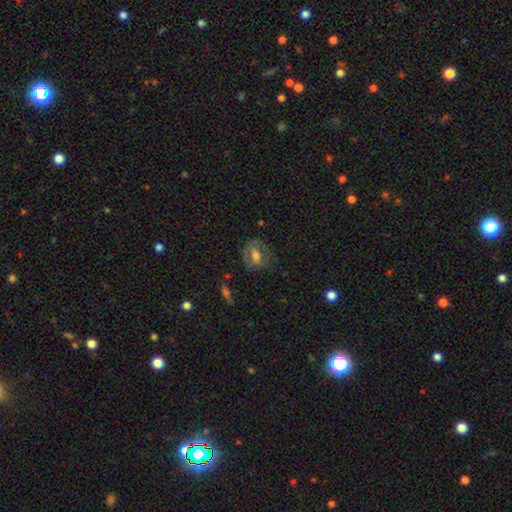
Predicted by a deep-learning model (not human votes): A smooth galaxy with no disk features (46%). Merging: none (58%).